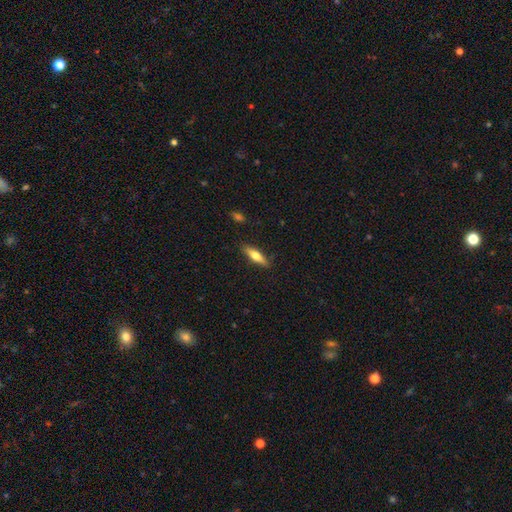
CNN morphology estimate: Smooth or featured? Predicted: smooth (p=0.56). How rounded? Predicted: cigar-shaped (p=0.65). Merging? Predicted: none (p=0.87).